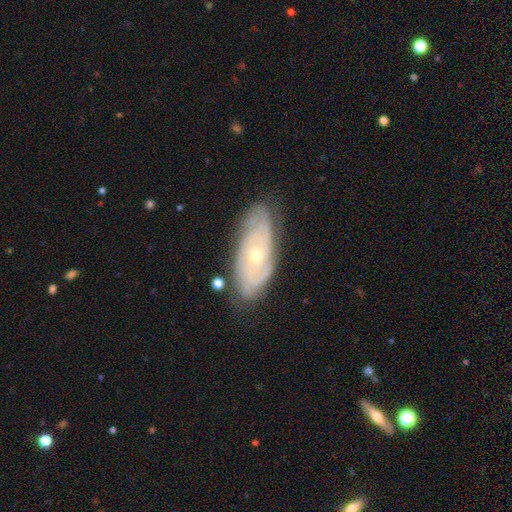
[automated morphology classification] smooth-or-featured: featured or disk: 80% | smooth: 14% | star or artifact: 6%
  disk-edge-on: no: 90% | yes: 10%
    bar: no: 78% | weak: 18% | strong: 4%
    has-spiral-arms: yes: 91% | no: 9%
      spiral-winding: tight: 71% | medium: 23% | loose: 6%
      spiral-arm-count: can't tell: 42% | 2: 24% | 3: 18% | 4: 9% | more than 4: 4% | 1: 4%
    bulge-size: small: 55% | moderate: 42% | large: 1% | none: 1% | dominant: 1%
  merging: none: 75% | minor disturbance: 18% | major disturbance: 4% | merger: 2%